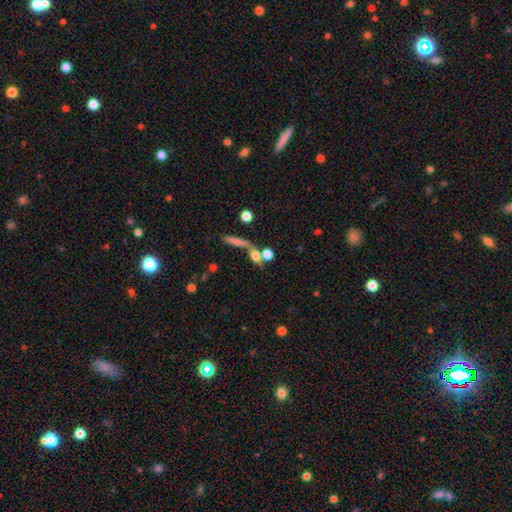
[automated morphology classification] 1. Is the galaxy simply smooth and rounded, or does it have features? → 69% smooth, 17% featured or disk, 14% star or artifact.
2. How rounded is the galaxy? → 54% round, 26% in between, 20% cigar-shaped.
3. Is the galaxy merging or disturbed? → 44% none, 37% merger, 10% minor disturbance, 9% major disturbance.